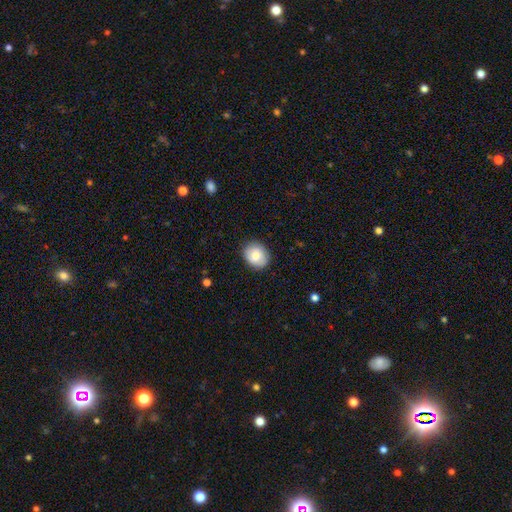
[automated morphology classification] A smooth galaxy with no disk features (77%) that is round (63%). Merging: none (87%).